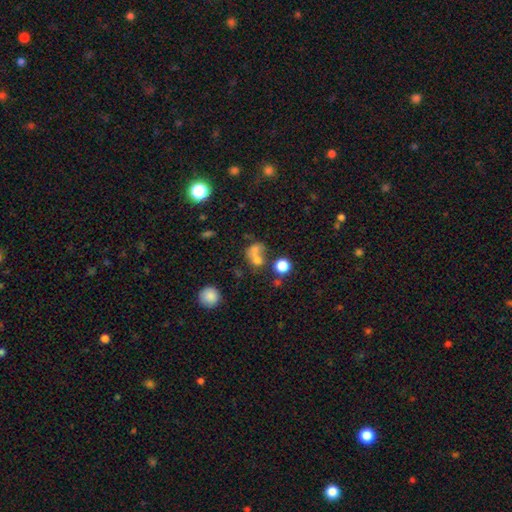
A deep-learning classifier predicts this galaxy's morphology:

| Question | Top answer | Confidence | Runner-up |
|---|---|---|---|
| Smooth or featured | smooth | 63% | featured or disk (19%) |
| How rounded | round | 59% | in between (40%) |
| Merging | merger | 49% | none (28%) |